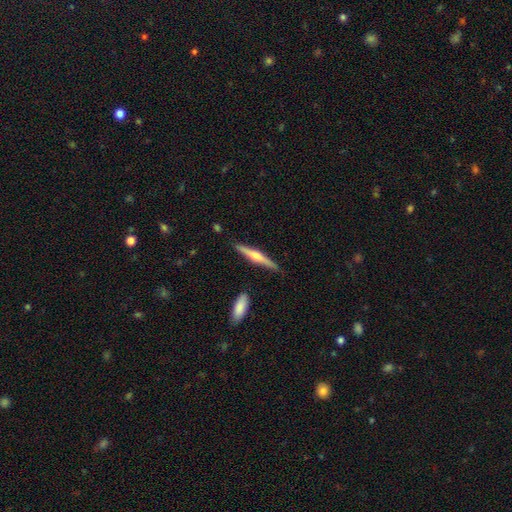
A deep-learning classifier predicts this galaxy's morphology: Overall: featured or disk (65%; smooth 30%). Edge-on disk: yes (98%). Edge-on bulge: rounded (85%). Merging: none (87%).